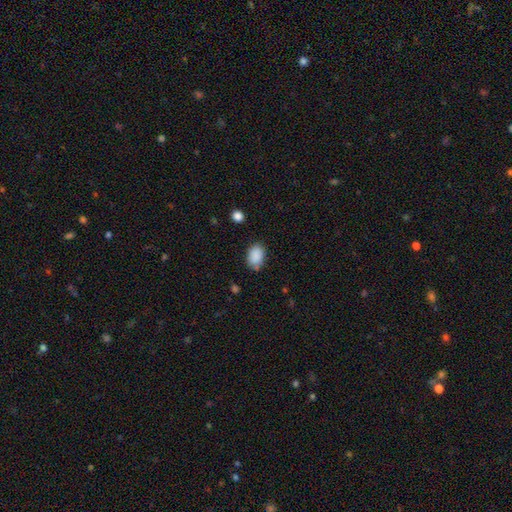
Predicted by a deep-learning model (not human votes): smooth 89%, star or artifact 8%, featured or disk 4%. Down the decision tree: how rounded — in between (82%); merging — none (76%).